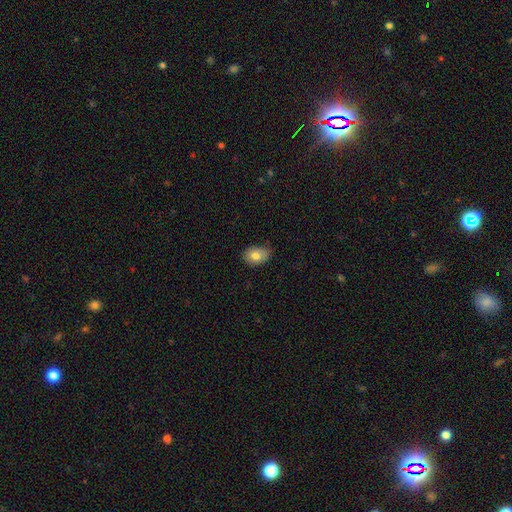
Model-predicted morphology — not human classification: Smooth or featured?
  - smooth: 78% *
  - featured or disk: 14%
  - star or artifact: 8%
How rounded?
  - in between: 80% *
  - round: 19%
  - cigar-shaped: 1%
Merging?
  - none: 74% *
  - minor disturbance: 22%
  - major disturbance: 3%
  - merger: 1%